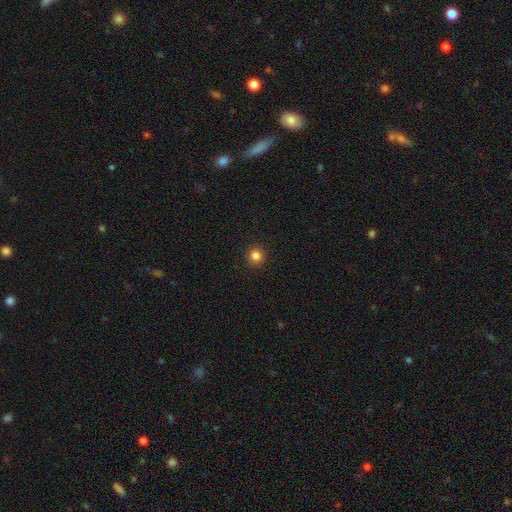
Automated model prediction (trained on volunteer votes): Smooth or featured? smooth (85%)
How rounded? round (94%)
Merging? none (93%)